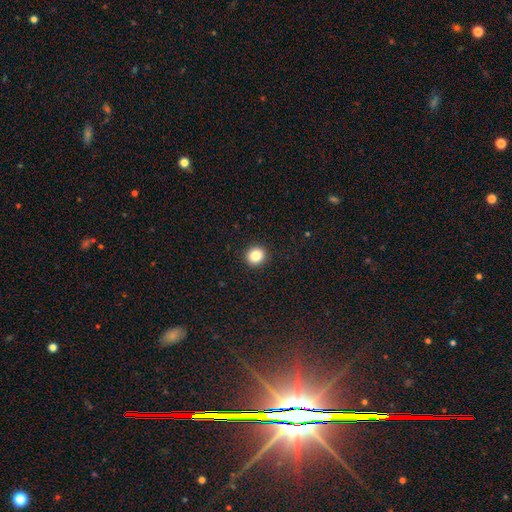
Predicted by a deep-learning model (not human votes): Smooth or featured?
  - smooth: 84% *
  - star or artifact: 11%
  - featured or disk: 5%
How rounded?
  - round: 86% *
  - in between: 14%
  - cigar-shaped: 1%
Merging?
  - none: 93% *
  - minor disturbance: 5%
  - major disturbance: 2%
  - merger: 1%